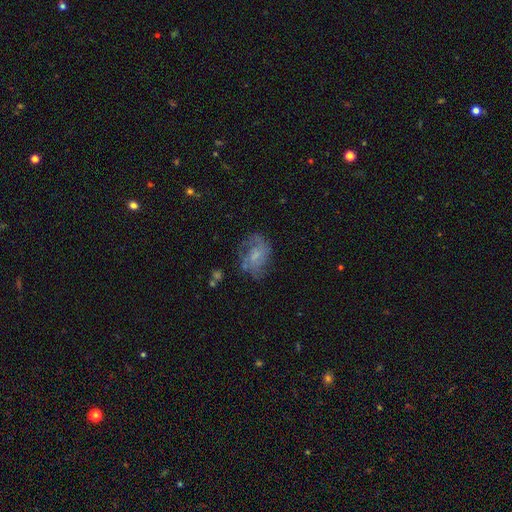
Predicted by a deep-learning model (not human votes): Overall: featured or disk (60%; smooth 30%). Edge-on disk: no (97%). Bar: no (60%; weak 34%). Spiral arms: yes (76%). Bulge size: small (41%; moderate 30%). Merging: none (56%; minor disturbance 23%).